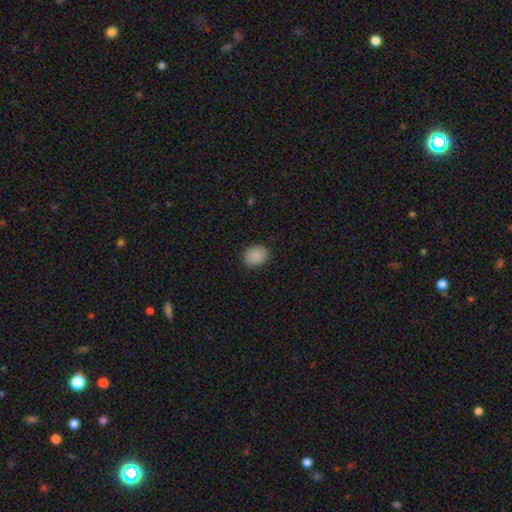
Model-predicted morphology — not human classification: A smooth galaxy with no disk features (88%) that is in between round and cigar-shaped (50%). Merging: none (88%).